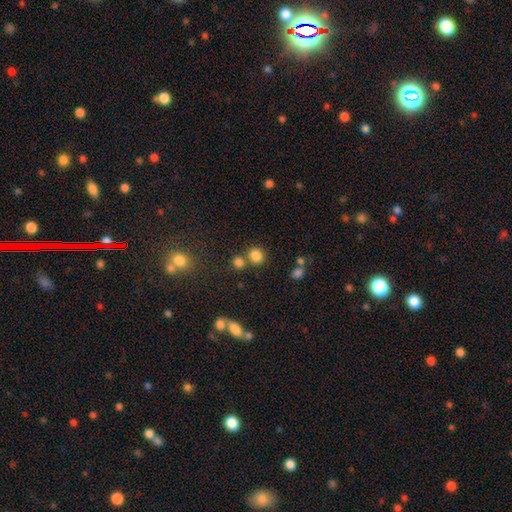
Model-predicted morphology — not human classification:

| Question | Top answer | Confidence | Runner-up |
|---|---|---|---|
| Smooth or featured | smooth | 81% | star or artifact (13%) |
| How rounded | round | 78% | in between (21%) |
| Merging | none | 64% | merger (23%) |